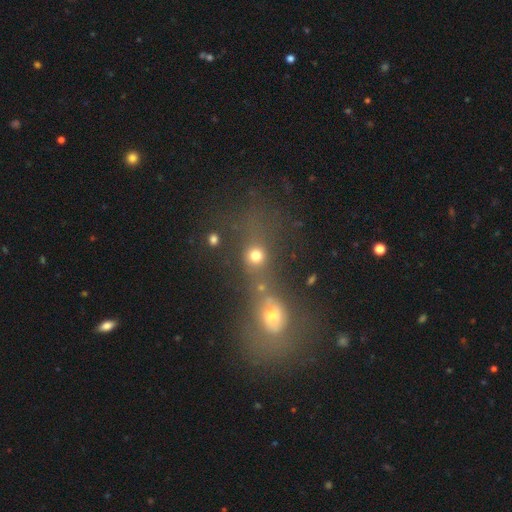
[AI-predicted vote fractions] Morphology: type=smooth (71%); roundness=round (78%); merging=none (44%).